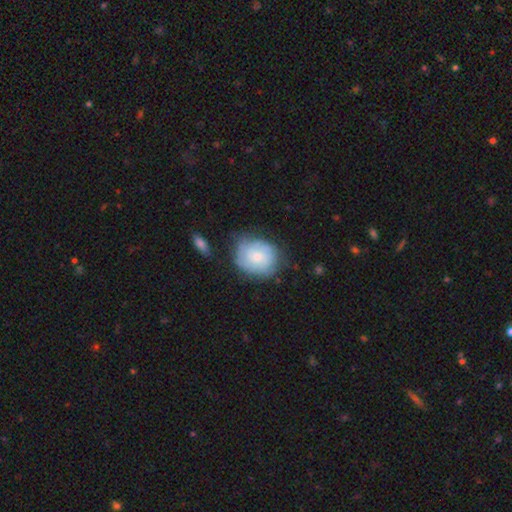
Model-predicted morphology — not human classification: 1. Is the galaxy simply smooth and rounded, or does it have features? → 47% featured or disk, 46% smooth, 7% star or artifact.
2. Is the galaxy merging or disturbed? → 64% none, 25% minor disturbance, 8% major disturbance, 3% merger.